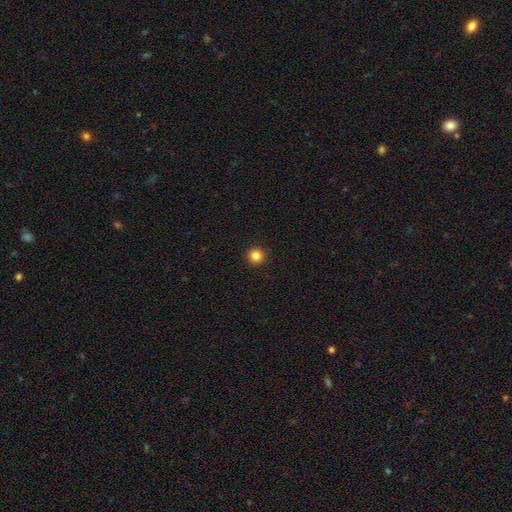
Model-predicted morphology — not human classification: smooth_or_featured: smooth (p=0.85) [alt: star or artifact p=0.12]
how_rounded: round (p=0.96) [alt: in between p=0.03]
merging: none (p=0.93) [alt: minor disturbance p=0.04]